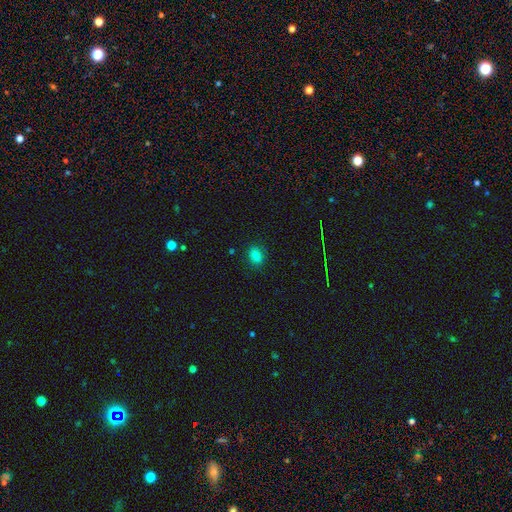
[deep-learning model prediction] Smooth or featured? smooth (81%)
How rounded? in between (68%)
Merging? none (86%)